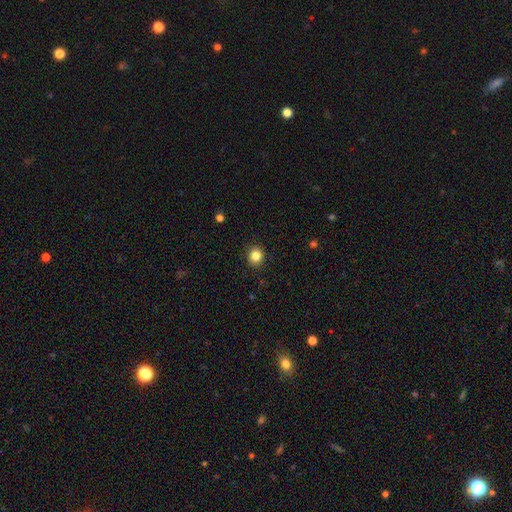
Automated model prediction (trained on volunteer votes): A smooth galaxy with no disk features (84%) that is round (84%). Merging: none (92%).